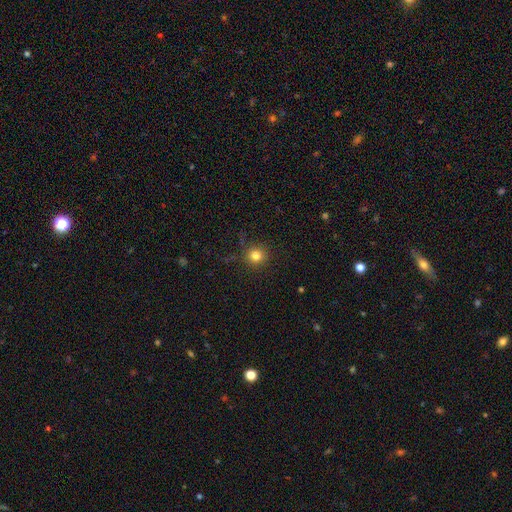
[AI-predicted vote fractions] Overall: smooth (81%). How rounded: round (93%). Merging: none (88%).